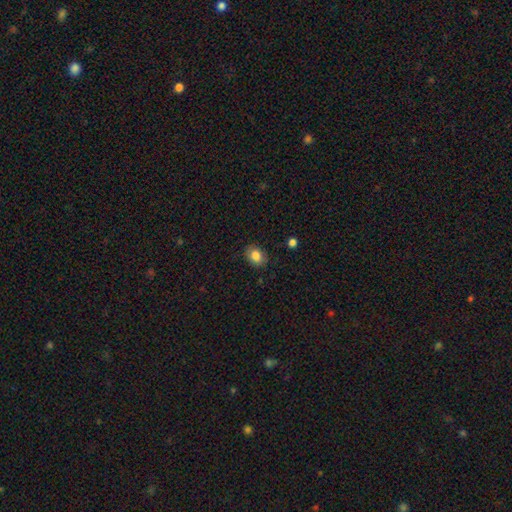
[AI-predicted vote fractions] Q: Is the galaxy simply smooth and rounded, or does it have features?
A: smooth — 84%.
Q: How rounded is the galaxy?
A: in between — 70%.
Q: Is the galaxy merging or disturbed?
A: none — 86%.